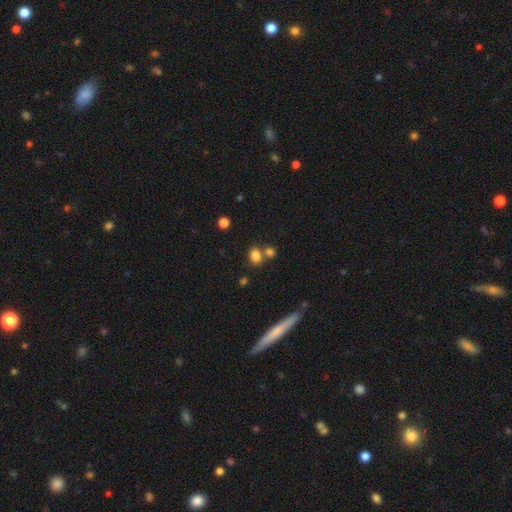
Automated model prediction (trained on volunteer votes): Smooth or featured? Predicted: smooth (p=0.82). How rounded? Predicted: in between (p=0.62). Merging? Predicted: none (p=0.59).